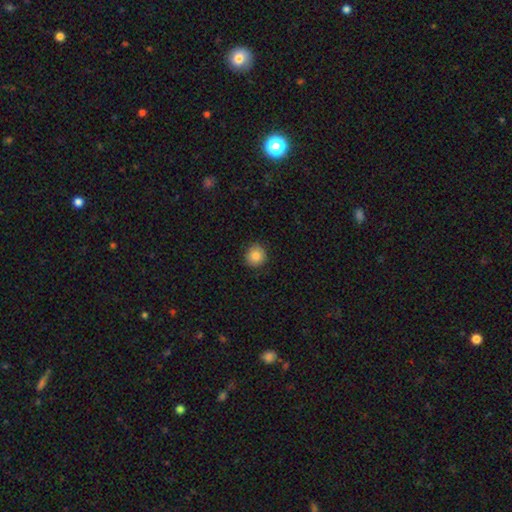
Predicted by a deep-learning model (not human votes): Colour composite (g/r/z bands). It shows a smooth galaxy with no disk features (87%) that is round (90%). Merging: none (88%).